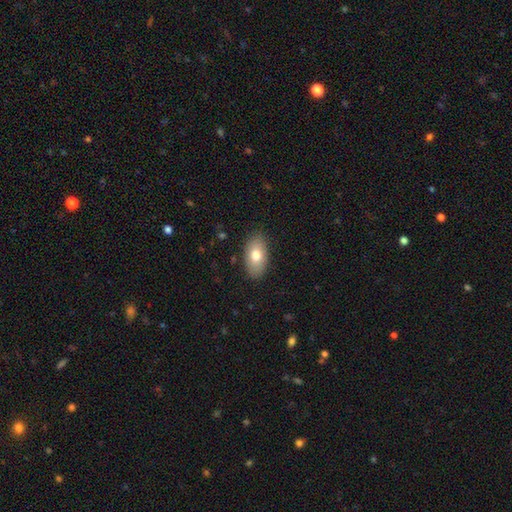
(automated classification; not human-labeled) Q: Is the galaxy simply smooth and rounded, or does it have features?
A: smooth — 75%.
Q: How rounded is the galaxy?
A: in between — 93%.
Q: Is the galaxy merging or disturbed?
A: none — 84%.